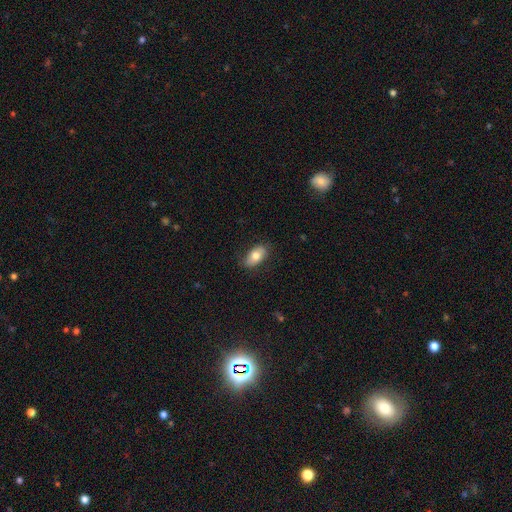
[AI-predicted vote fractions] Smooth or featured? smooth (76%)
How rounded? in between (91%)
Merging? none (82%)